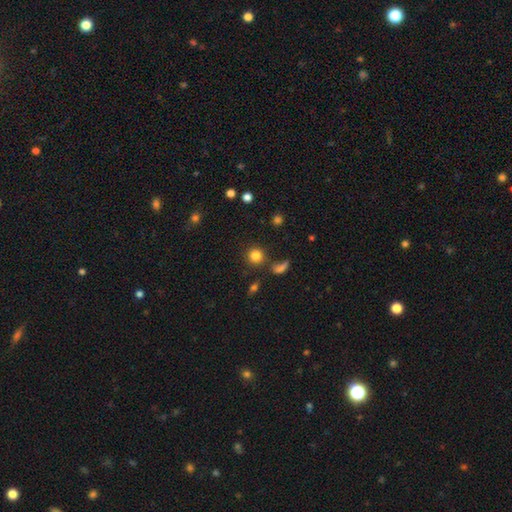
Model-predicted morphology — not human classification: This is clearly a smooth galaxy (82%). How rounded: clearly round (90%). Merging: likely none (80%).